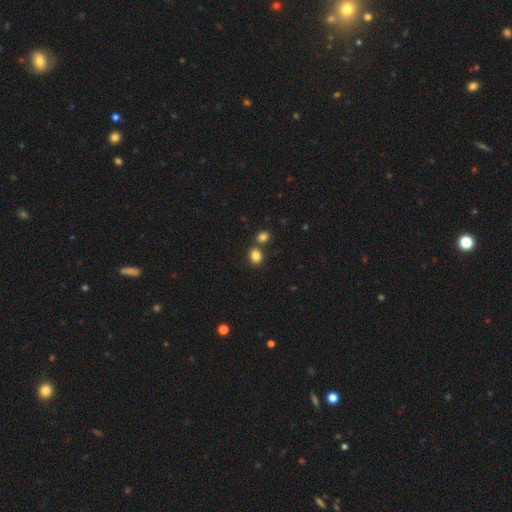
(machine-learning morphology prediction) type=smooth (84%); roundness=round (52%); merging=none (66%).